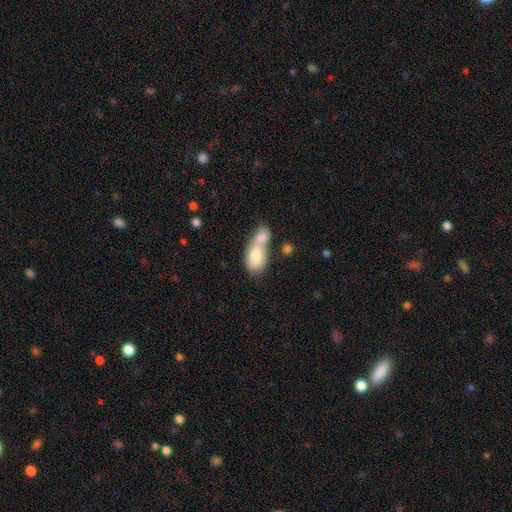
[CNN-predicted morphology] This appears to be a smooth galaxy with no disk features (73%) that is in between round and cigar-shaped (83%). Merging: merger (71%).